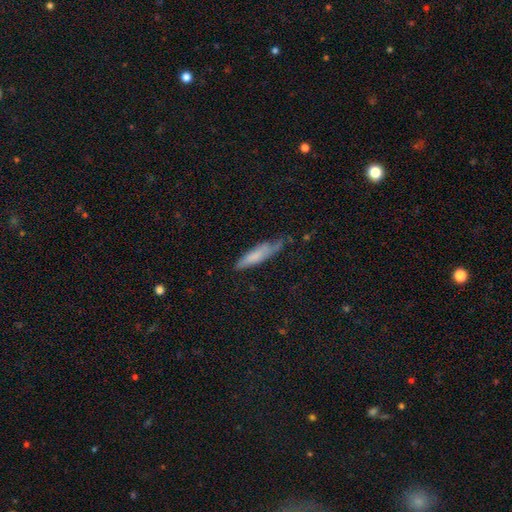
Volunteers were most divided on "merging": none: 49%, minor disturbance: 38%, major disturbance: 8%, merger: 5%. More confident: smooth or featured — smooth (85%); how rounded — cigar-shaped (74%).